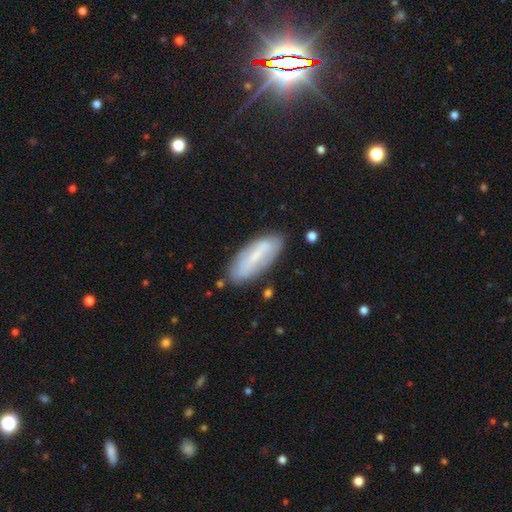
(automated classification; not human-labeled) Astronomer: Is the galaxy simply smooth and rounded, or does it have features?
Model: smooth — 49% (runner-up: featured or disk, 43%).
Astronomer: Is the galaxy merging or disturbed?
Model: none — 78%.